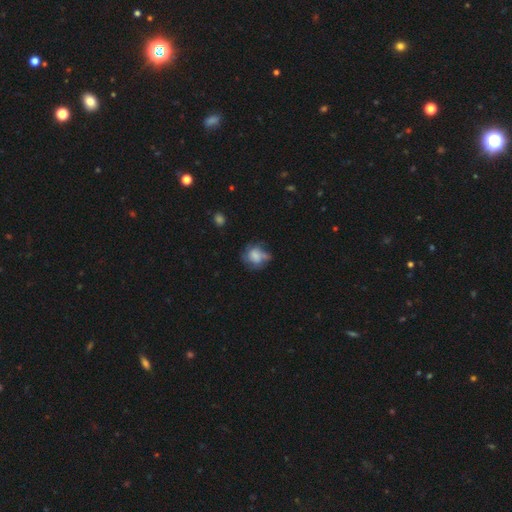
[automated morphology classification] smooth 59%, featured or disk 31%, star or artifact 10%. Down the decision tree: how rounded — round (64%); merging — none (46%).